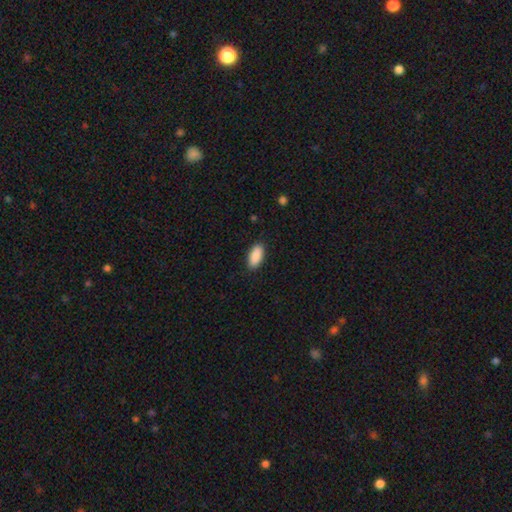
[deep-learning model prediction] Q: Smooth or featured?
A: smooth (91%); runner-up: star or artifact (6%)
Q: How rounded?
A: in between (91%); runner-up: cigar-shaped (7%)
Q: Merging?
A: none (89%); runner-up: minor disturbance (9%)